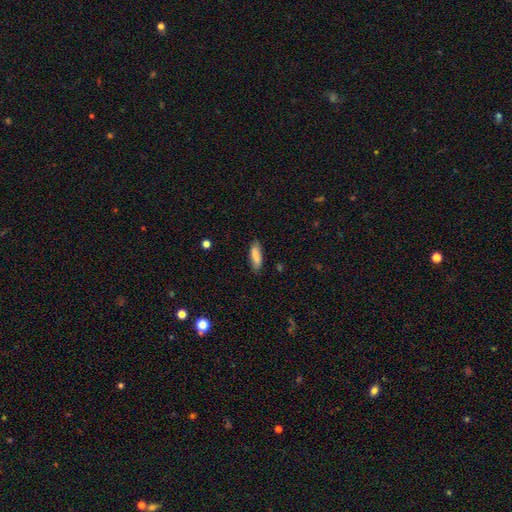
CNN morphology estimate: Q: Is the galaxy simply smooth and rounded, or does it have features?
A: smooth — 81%.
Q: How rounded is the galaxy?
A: in between — 52%.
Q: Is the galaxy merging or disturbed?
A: none — 82%.